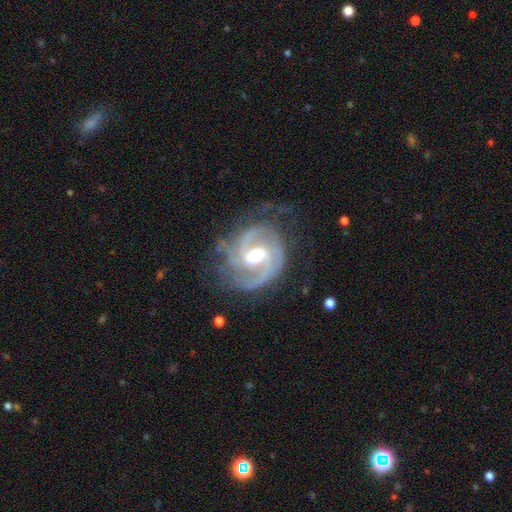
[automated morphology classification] smooth_or_featured: featured or disk (p=0.91) [alt: smooth p=0.05]
disk_edge_on: no (p=0.98) [alt: yes p=0.02]
bar: weak (p=0.54) [alt: no p=0.24]
has_spiral_arms: yes (p=0.98) [alt: no p=0.02]
spiral_winding: medium (p=0.50) [alt: tight p=0.36]
spiral_arm_count: 2 (p=0.65) [alt: 3 p=0.15]
bulge_size: moderate (p=0.71) [alt: large p=0.14]
merging: none (p=0.64) [alt: minor disturbance p=0.21]